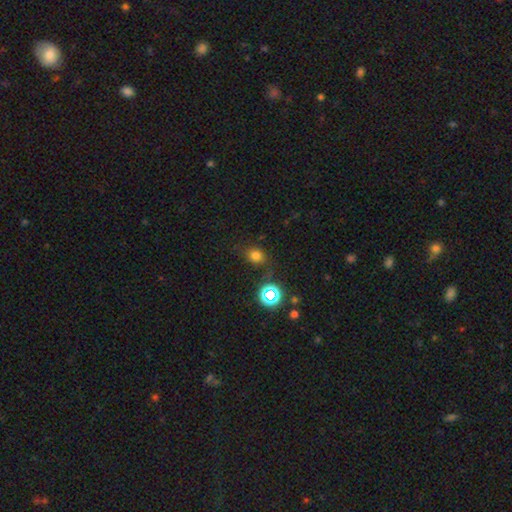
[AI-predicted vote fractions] A smooth galaxy with no disk features (71%) that is round (62%).

Vote fractions:
- Smooth or featured? smooth: 71% / star or artifact: 21% / featured or disk: 8%
- How rounded? round: 62% / in between: 37% / cigar-shaped: 1%
- Merging? none: 75% / minor disturbance: 16% / major disturbance: 6% / merger: 3%